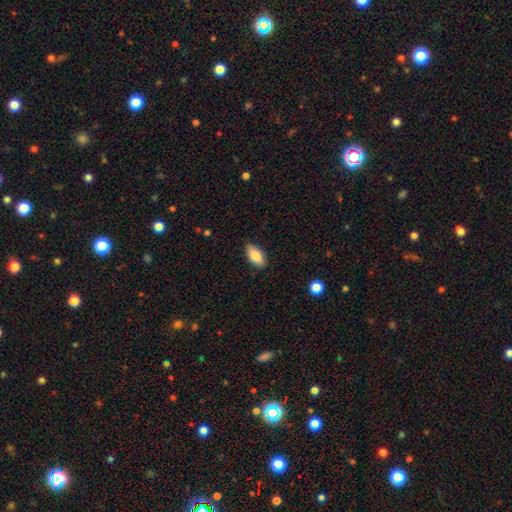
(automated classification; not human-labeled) This is clearly a smooth galaxy (82%). How rounded: clearly in between (90%). Merging: clearly none (86%).